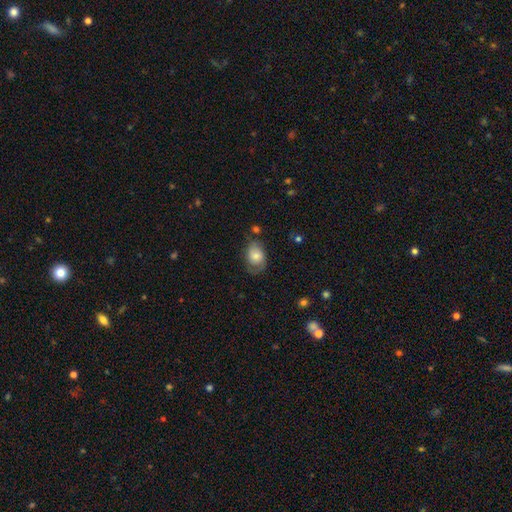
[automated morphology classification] Smooth or featured?
  - smooth: 52% *
  - featured or disk: 40%
  - star or artifact: 8%
How rounded?
  - in between: 76% *
  - round: 23%
  - cigar-shaped: 1%
Merging?
  - none: 52% *
  - minor disturbance: 28%
  - major disturbance: 17%
  - merger: 3%